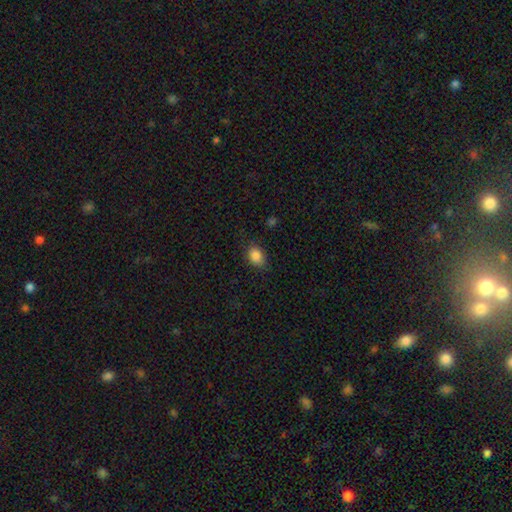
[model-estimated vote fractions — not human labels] Morphology: type=smooth (86%); roundness=in between (73%); merging=none (80%).